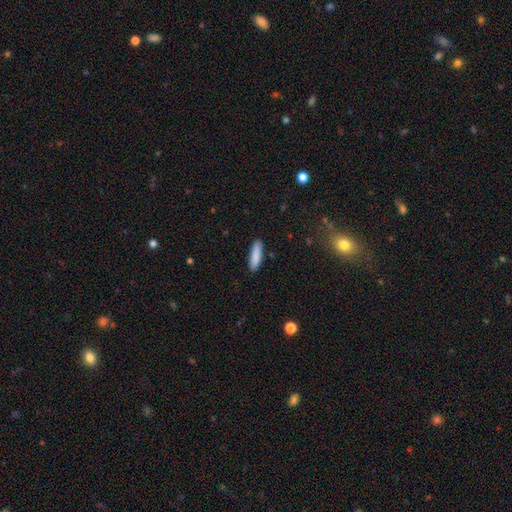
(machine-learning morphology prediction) Smooth or featured? Predicted: smooth (p=0.87). How rounded? Predicted: cigar-shaped (p=0.69). Merging? Predicted: none (p=0.89).